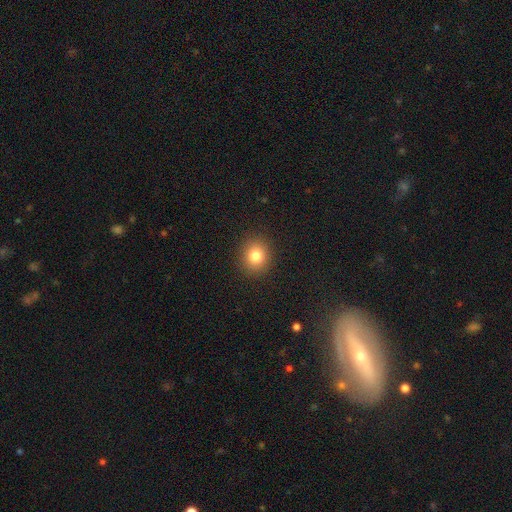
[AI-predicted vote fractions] smooth-or-featured: smooth: 82% | star or artifact: 11% | featured or disk: 7%
  how-rounded: round: 79% | in between: 20% | cigar-shaped: 1%
  merging: none: 91% | minor disturbance: 6% | major disturbance: 2% | merger: 1%